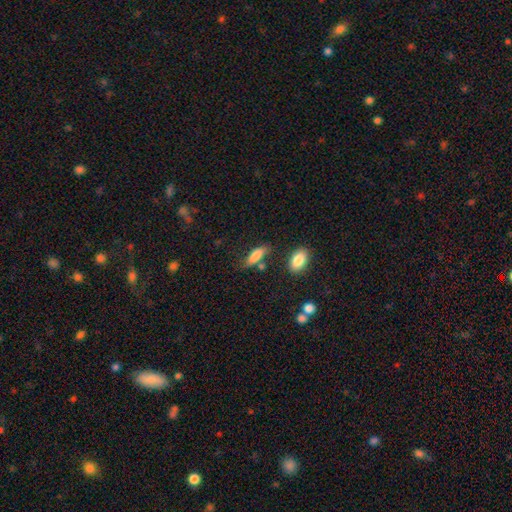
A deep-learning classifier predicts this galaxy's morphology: Smooth or featured? smooth (82%)
How rounded? in between (64%)
Merging? none (63%)